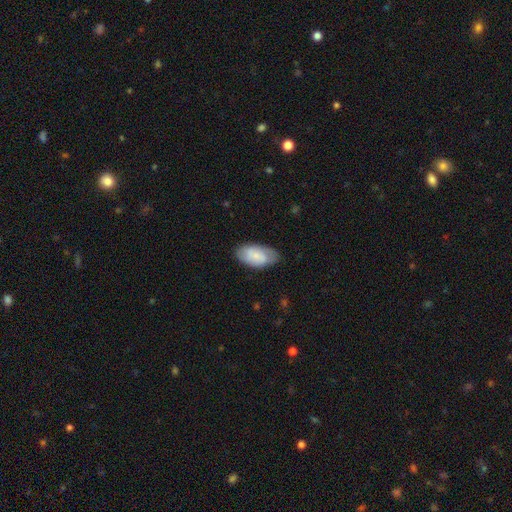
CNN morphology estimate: Smooth or featured? Predicted: smooth (p=0.75). How rounded? Predicted: in between (p=0.95). Merging? Predicted: none (p=0.75).